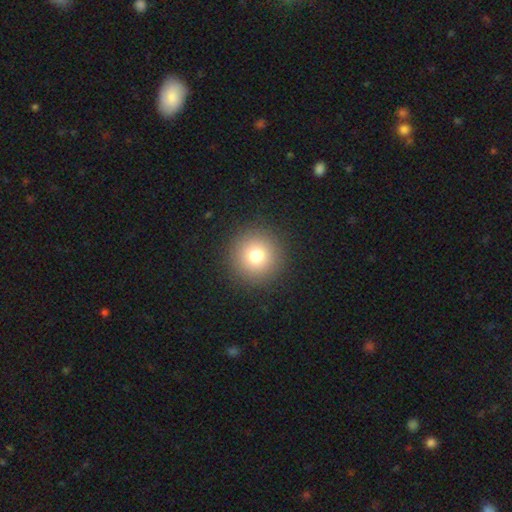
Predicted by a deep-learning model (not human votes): Q: Smooth or featured?
A: smooth (78%); runner-up: star or artifact (13%)
Q: How rounded?
A: round (96%); runner-up: in between (3%)
Q: Merging?
A: none (91%); runner-up: minor disturbance (5%)